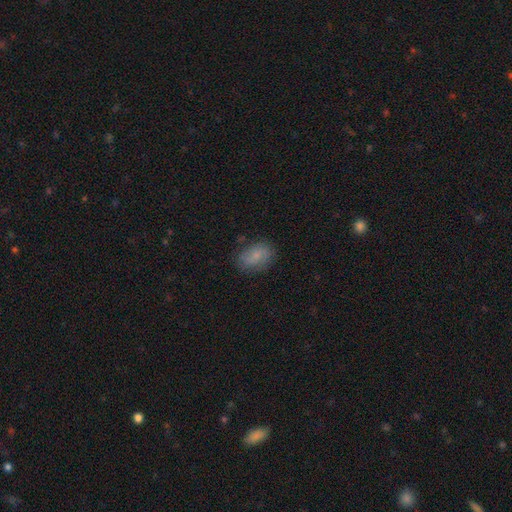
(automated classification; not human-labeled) smooth-or-featured: smooth: 64% | featured or disk: 26% | star or artifact: 9%
  how-rounded: in between: 79% | round: 20% | cigar-shaped: 2%
  merging: none: 76% | minor disturbance: 17% | major disturbance: 5% | merger: 2%